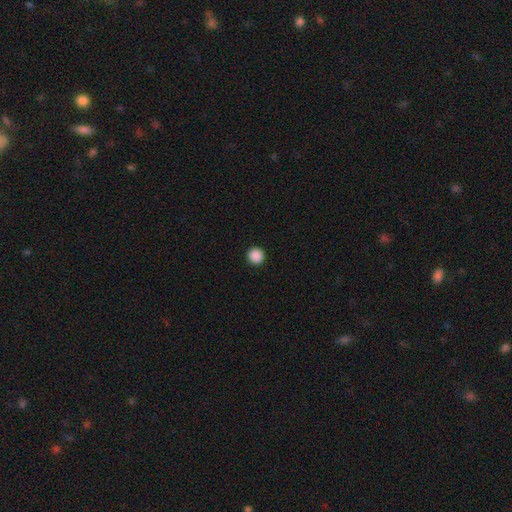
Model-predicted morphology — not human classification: A smooth galaxy with no disk features (89%) that is round (96%).

Vote fractions:
- Smooth or featured? smooth: 89% / star or artifact: 9% / featured or disk: 2%
- How rounded? round: 96% / in between: 3% / cigar-shaped: 1%
- Merging? none: 94% / minor disturbance: 4% / major disturbance: 1% / merger: 1%